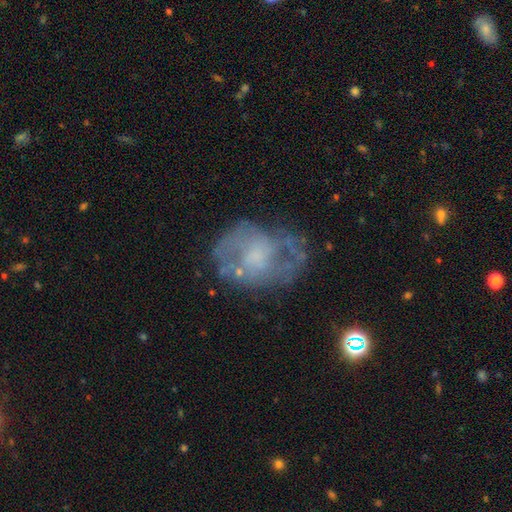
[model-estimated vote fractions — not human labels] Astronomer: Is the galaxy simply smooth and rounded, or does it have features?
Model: featured or disk — 64%.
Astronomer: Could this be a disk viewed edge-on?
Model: no — 97%.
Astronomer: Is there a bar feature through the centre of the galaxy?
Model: no — 74%.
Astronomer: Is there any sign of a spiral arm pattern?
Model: no — 55% (runner-up: yes, 45%).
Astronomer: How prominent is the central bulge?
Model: none — 36% (runner-up: small, 27%).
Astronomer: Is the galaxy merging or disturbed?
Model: none — 54%.